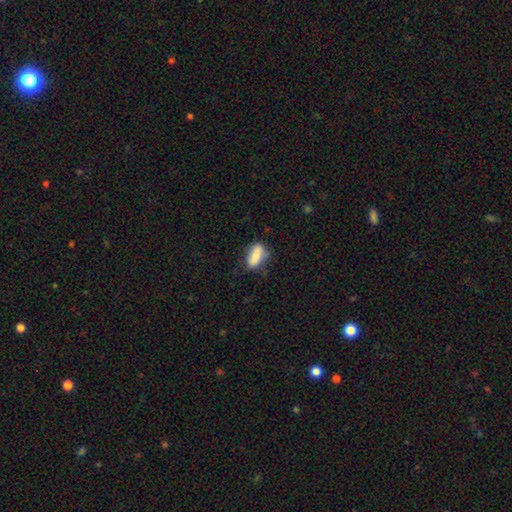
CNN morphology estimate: Smooth or featured: smooth — 77% (featured or disk — 16%)
How rounded: in between — 77% (cigar-shaped — 18%)
Merging: none — 65% (minor disturbance — 25%)